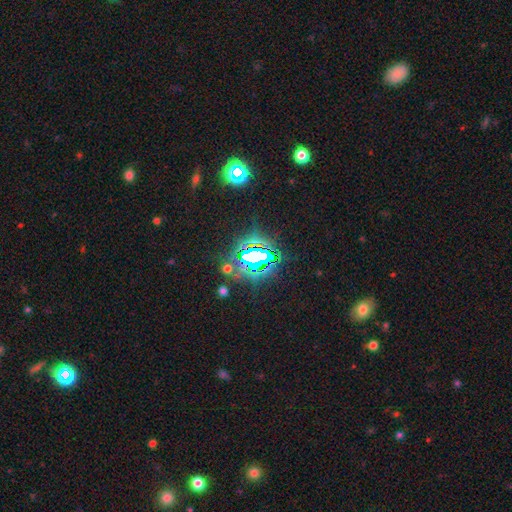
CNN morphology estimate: Overall: star or artifact (77%).